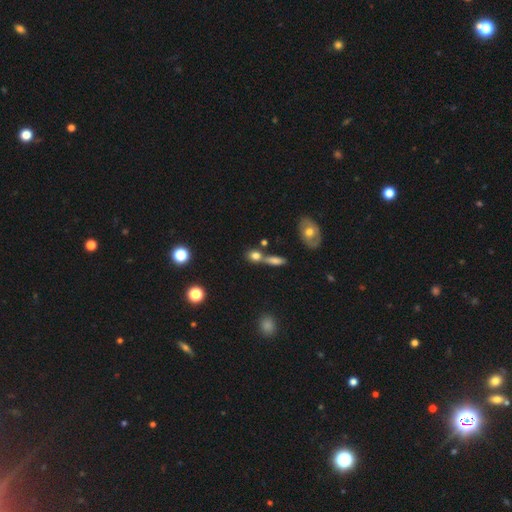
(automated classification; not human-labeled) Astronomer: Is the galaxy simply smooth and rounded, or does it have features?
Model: smooth — 74%.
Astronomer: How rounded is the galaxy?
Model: round — 55% (runner-up: in between, 37%).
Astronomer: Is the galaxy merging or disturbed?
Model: none — 50% (runner-up: merger, 36%).